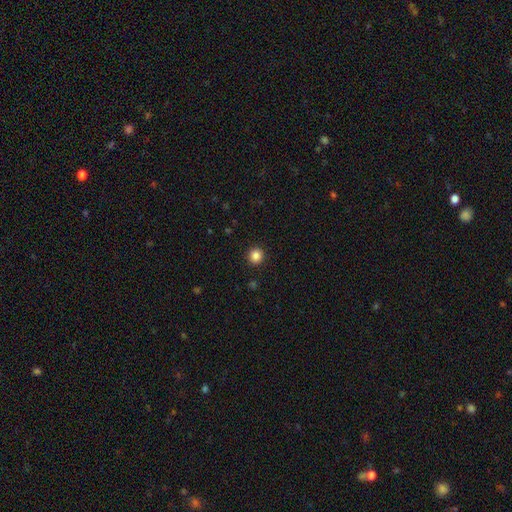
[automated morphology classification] smooth_or_featured: smooth (p=0.85) [alt: star or artifact p=0.11]
how_rounded: round (p=0.94) [alt: in between p=0.05]
merging: none (p=0.93) [alt: minor disturbance p=0.05]